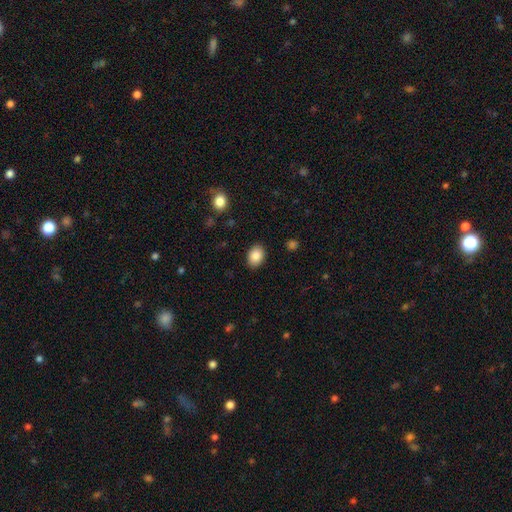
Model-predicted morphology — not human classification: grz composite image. It shows a smooth galaxy with no disk features (87%) that is in between round and cigar-shaped (74%). Merging: none (88%).